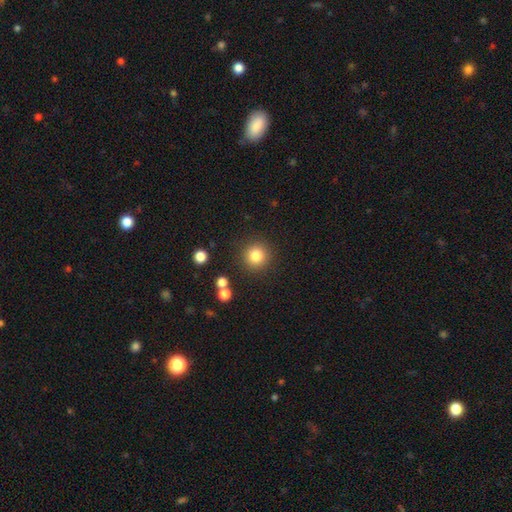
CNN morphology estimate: Smooth or featured? Predicted: smooth (p=0.82). How rounded? Predicted: round (p=0.94). Merging? Predicted: none (p=0.88).